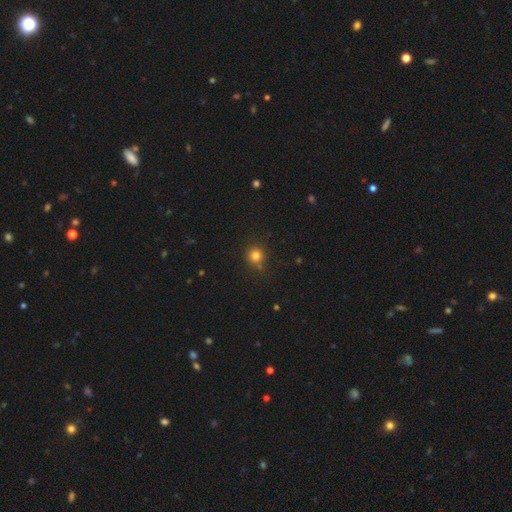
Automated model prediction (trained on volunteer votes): Smooth or featured? Predicted: smooth (p=0.79). How rounded? Predicted: round (p=0.92). Merging? Predicted: none (p=0.80).